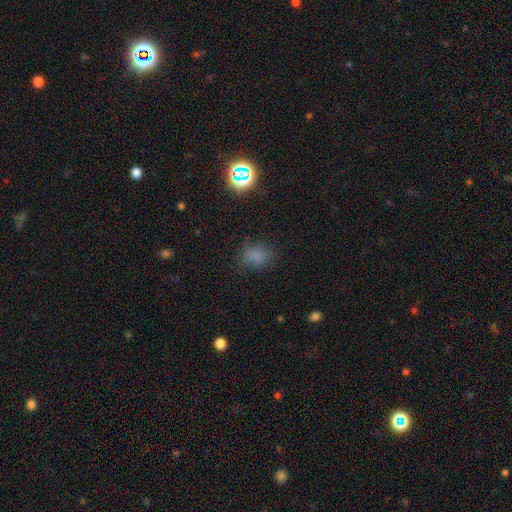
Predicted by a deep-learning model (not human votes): Morphology: type=smooth (71%); roundness=in between (56%); merging=none (70%).